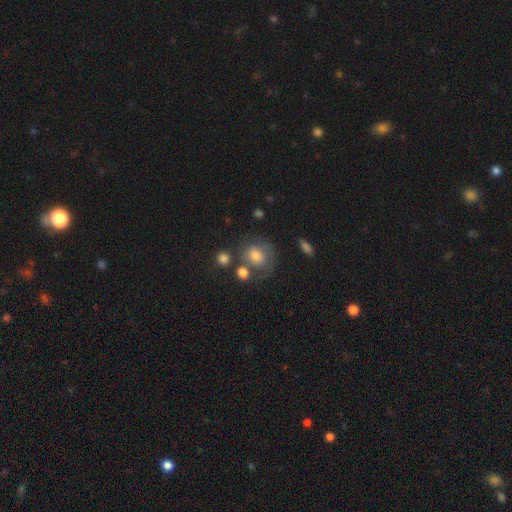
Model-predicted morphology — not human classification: type=smooth (63%); roundness=round (73%); merging=none (49%).